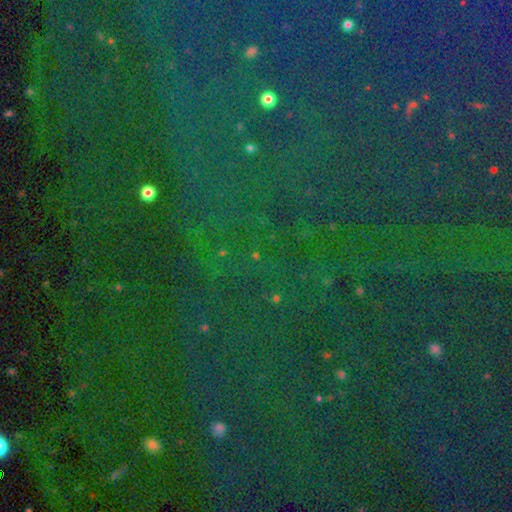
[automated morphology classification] Smooth or featured? star or artifact (78%)